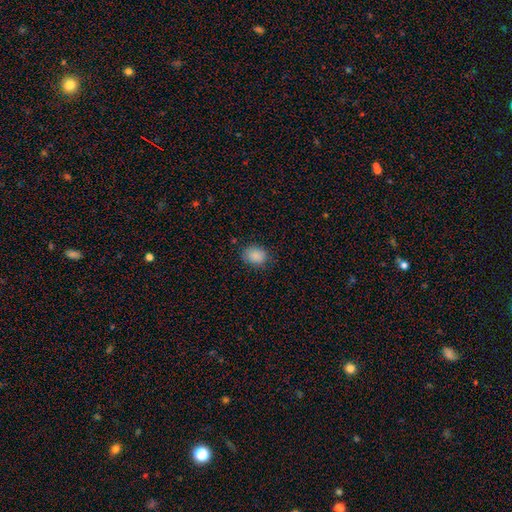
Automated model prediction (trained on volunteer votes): Smooth or featured?
  - smooth: 88% *
  - star or artifact: 9%
  - featured or disk: 4%
How rounded?
  - in between: 56% *
  - round: 43%
  - cigar-shaped: 1%
Merging?
  - none: 81% *
  - minor disturbance: 15%
  - major disturbance: 3%
  - merger: 1%